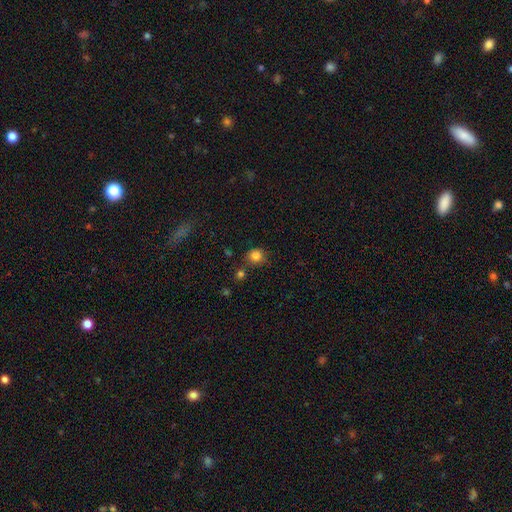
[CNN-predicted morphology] A smooth galaxy with no disk features (83%) that is round (86%).

Vote fractions:
- Smooth or featured? smooth: 83% / star or artifact: 12% / featured or disk: 6%
- How rounded? round: 86% / in between: 13% / cigar-shaped: 1%
- Merging? none: 74% / minor disturbance: 14% / merger: 9% / major disturbance: 4%